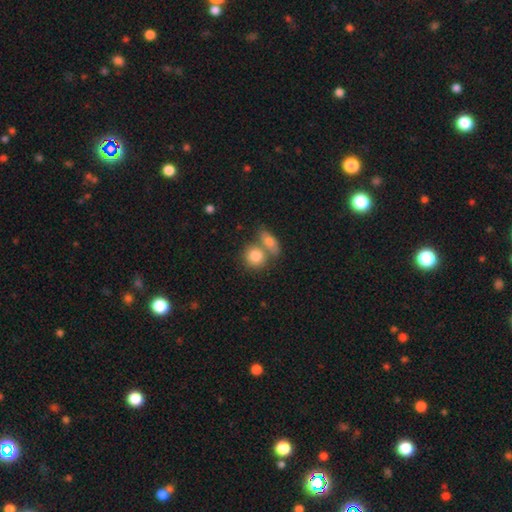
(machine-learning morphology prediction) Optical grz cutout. It shows a smooth galaxy with no disk features (82%) that is round (70%). Merging: merger (46%).